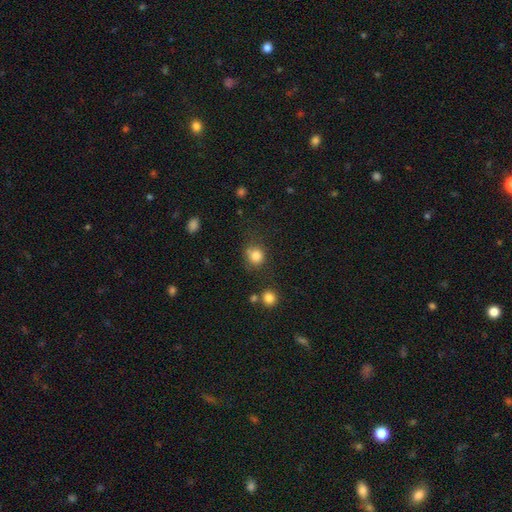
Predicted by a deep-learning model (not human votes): This appears to be a smooth galaxy with no disk features (82%) that is round (81%). Merging: none (66%).